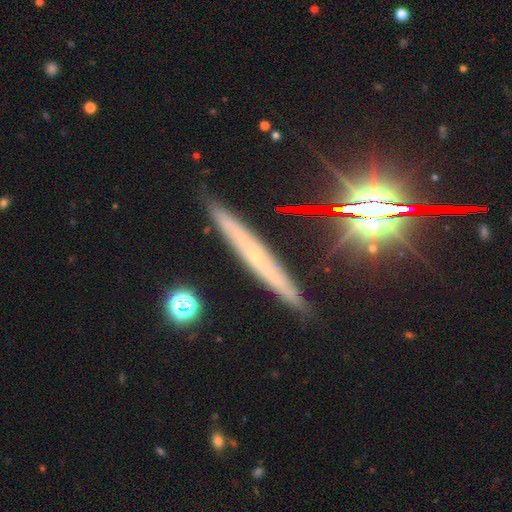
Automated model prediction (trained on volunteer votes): Smooth or featured?
  - featured or disk: 56% *
  - smooth: 25%
  - star or artifact: 19%
Edge-on disk?
  - yes: 90% *
  - no: 10%
Edge-on bulge?
  - none: 54% *
  - rounded: 41%
  - boxy: 4%
Merging?
  - none: 86% *
  - minor disturbance: 11%
  - major disturbance: 2%
  - merger: 2%